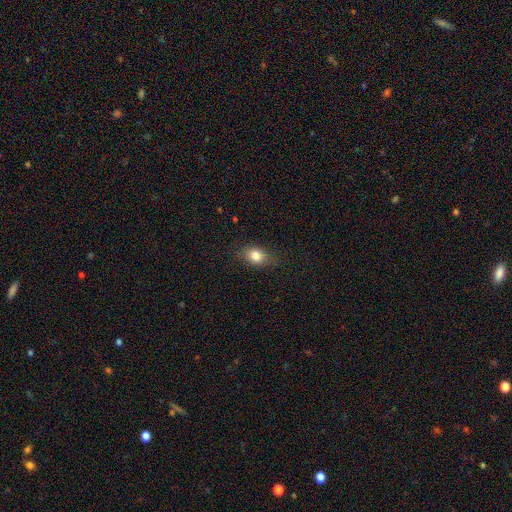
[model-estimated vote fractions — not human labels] smooth_or_featured: smooth (p=0.79) [alt: featured or disk p=0.11]
how_rounded: in between (p=0.67) [alt: round p=0.30]
merging: none (p=0.77) [alt: minor disturbance p=0.18]